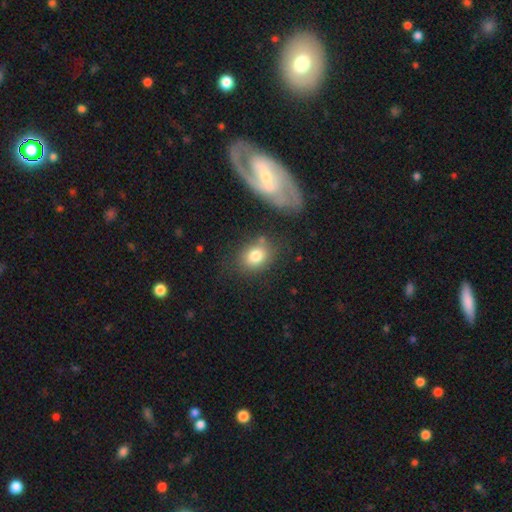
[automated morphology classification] A smooth galaxy with no disk features (81%) that is in between round and cigar-shaped (55%). Merging: none (70%).